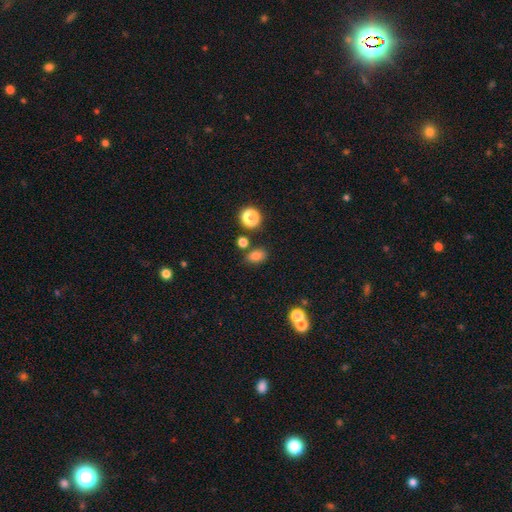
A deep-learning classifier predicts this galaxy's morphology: Overall: smooth (78%). How rounded: in between (72%). Merging: none (77%).